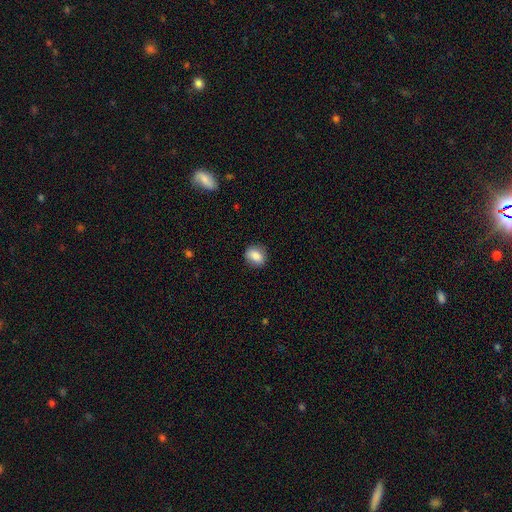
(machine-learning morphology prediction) type=smooth (85%); roundness=in between (57%); merging=none (84%).